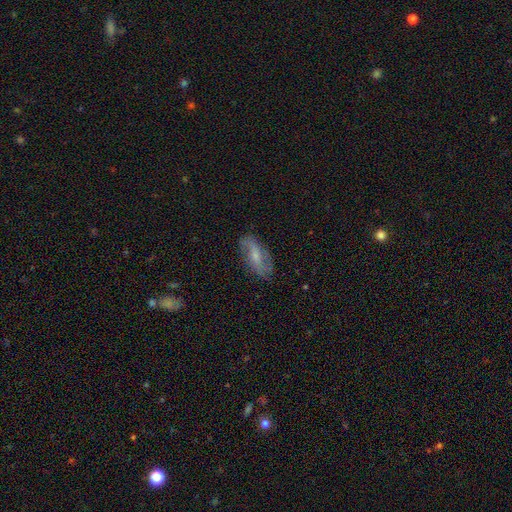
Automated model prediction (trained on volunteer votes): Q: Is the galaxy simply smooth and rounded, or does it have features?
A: featured or disk — 60%.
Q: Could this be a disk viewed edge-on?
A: no — 90%.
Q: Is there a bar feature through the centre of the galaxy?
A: weak — 43%.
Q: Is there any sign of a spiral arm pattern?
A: yes — 86%.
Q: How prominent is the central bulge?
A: small — 58%.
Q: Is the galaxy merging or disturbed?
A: none — 76%.